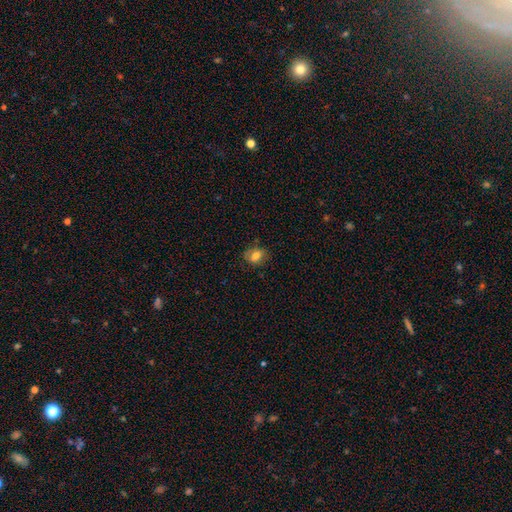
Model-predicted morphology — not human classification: This is likely a smooth galaxy (75%). How rounded: likely in between (60%). Merging: likely none (77%).